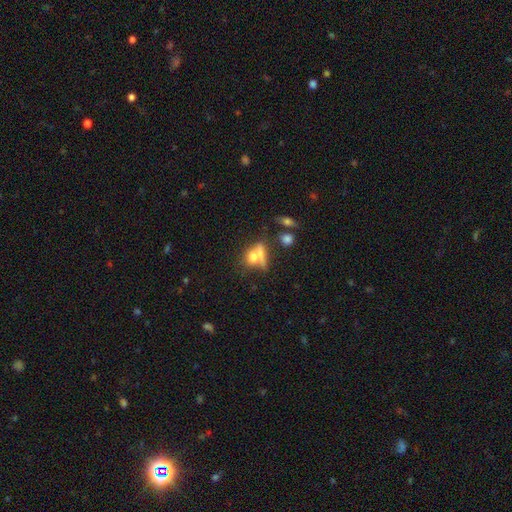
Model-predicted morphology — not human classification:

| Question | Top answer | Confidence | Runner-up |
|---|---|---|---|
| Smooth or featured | smooth | 66% | featured or disk (22%) |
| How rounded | in between | 46% | round (42%) |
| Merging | merger | 47% | none (33%) |